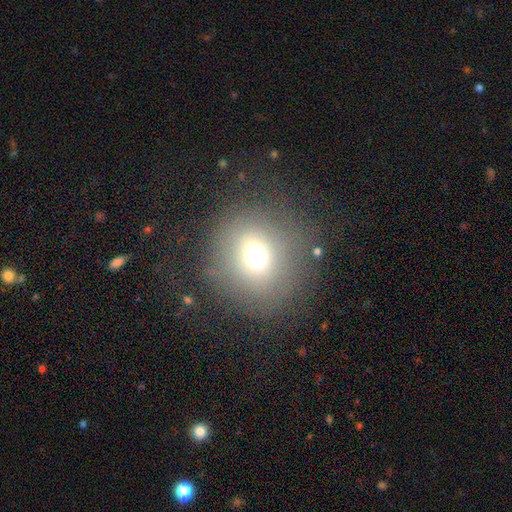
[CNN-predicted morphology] Smooth or featured? Predicted: smooth (p=0.66). How rounded? Predicted: round (p=0.86). Merging? Predicted: none (p=0.79).